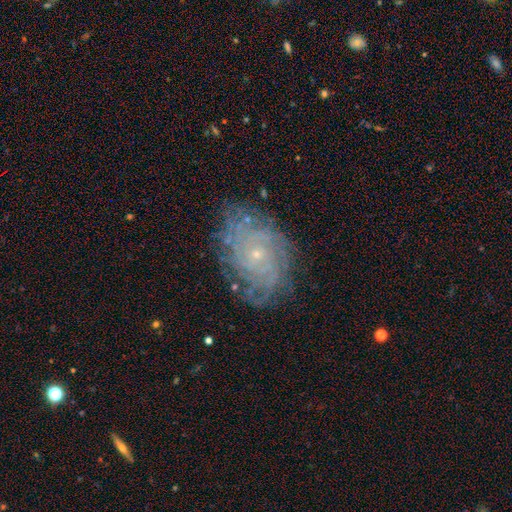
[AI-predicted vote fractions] featured or disk 69%, smooth 16%, star or artifact 15%. Down the decision tree: edge-on disk — no (96%); bar — no (79%); spiral arms — yes (91%); spiral arm count — can't tell (45%); spiral winding — tight (68%); bulge size — small (82%); merging — none (81%).